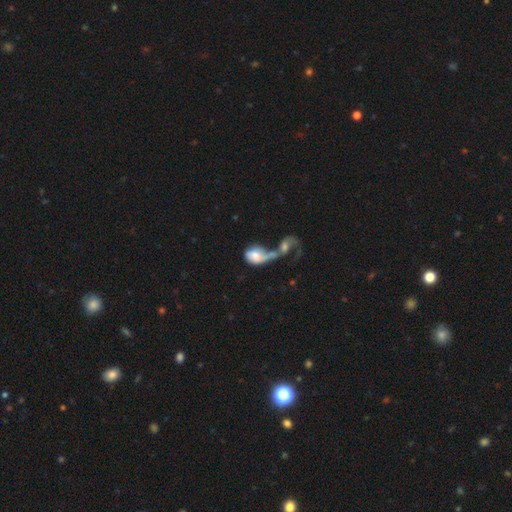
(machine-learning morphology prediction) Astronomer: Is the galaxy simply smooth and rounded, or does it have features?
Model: smooth — 58% (runner-up: featured or disk, 35%).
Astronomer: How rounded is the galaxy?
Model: in between — 67%.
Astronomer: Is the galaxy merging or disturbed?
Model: merger — 75%.